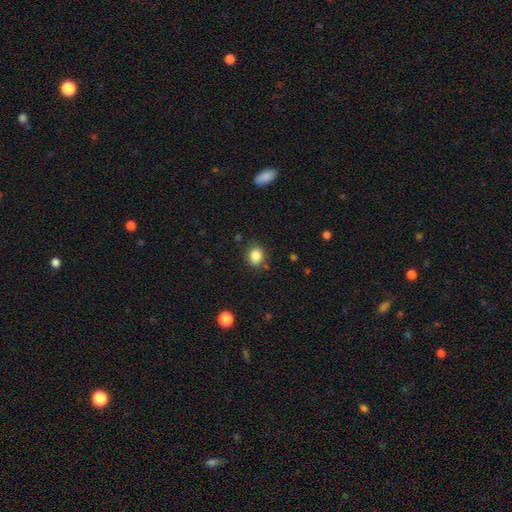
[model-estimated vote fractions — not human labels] smooth_or_featured: smooth (p=0.85) [alt: star or artifact p=0.10]
how_rounded: round (p=0.67) [alt: in between p=0.32]
merging: none (p=0.81) [alt: minor disturbance p=0.12]